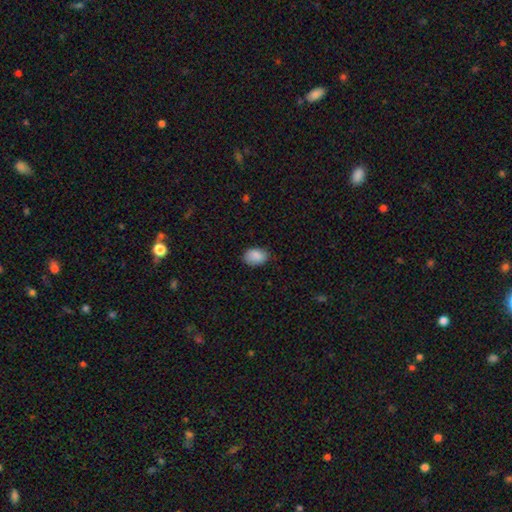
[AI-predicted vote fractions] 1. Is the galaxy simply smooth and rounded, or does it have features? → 89% smooth, 7% star or artifact, 4% featured or disk.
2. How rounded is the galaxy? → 80% in between, 19% round, 1% cigar-shaped.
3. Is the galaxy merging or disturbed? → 76% none, 20% minor disturbance, 3% major disturbance, 1% merger.